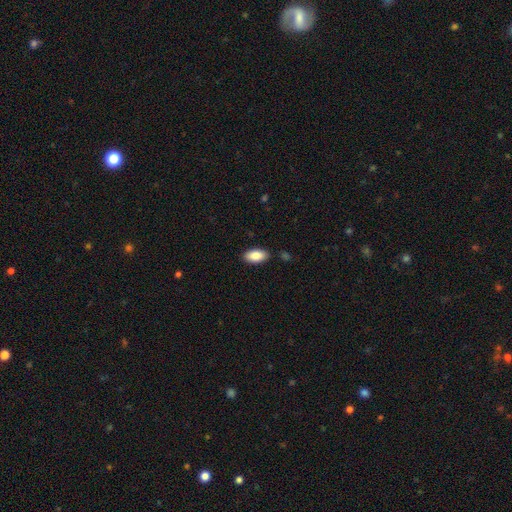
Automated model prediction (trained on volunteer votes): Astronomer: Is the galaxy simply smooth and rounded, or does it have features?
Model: smooth — 87%.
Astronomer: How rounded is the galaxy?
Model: in between — 93%.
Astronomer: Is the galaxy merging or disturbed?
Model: none — 88%.